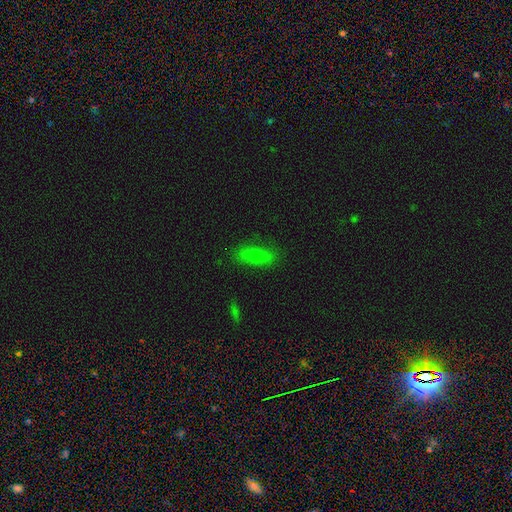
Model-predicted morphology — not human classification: A smooth galaxy with no disk features (63%) that is in between round and cigar-shaped (66%).

Vote fractions:
- Smooth or featured? smooth: 63% / featured or disk: 23% / star or artifact: 14%
- How rounded? in between: 66% / cigar-shaped: 28% / round: 6%
- Merging? none: 83% / minor disturbance: 12% / major disturbance: 3% / merger: 1%